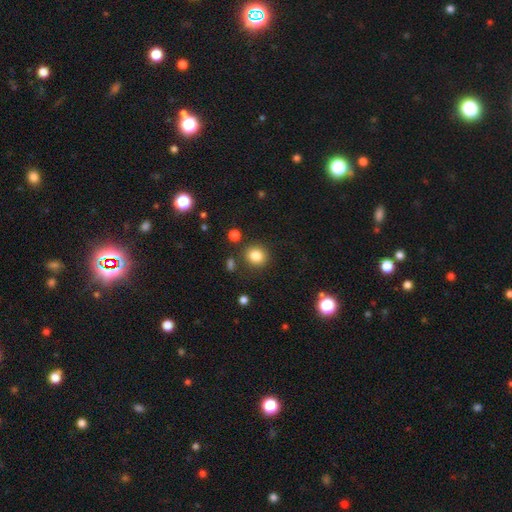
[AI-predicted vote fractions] This appears to be a smooth galaxy with no disk features (83%) that is round (82%). Merging: none (84%).